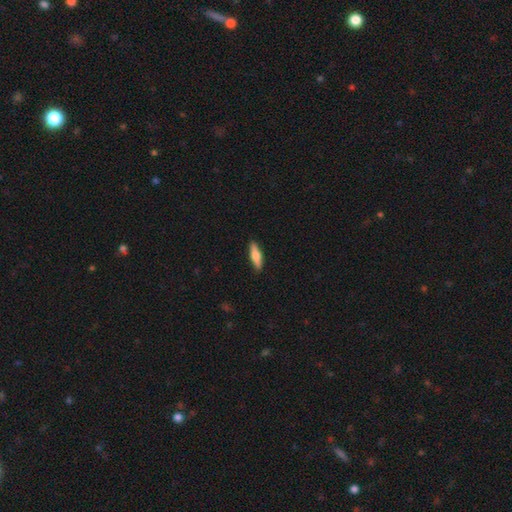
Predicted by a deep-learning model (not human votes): Morphology: type=smooth (67%); roundness=cigar-shaped (62%); merging=none (90%).